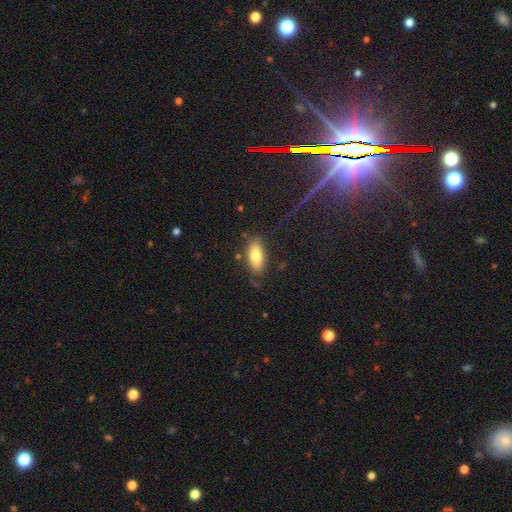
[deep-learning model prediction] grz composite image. It shows a smooth galaxy with no disk features (79%) that is in between round and cigar-shaped (87%). Merging: none (77%).